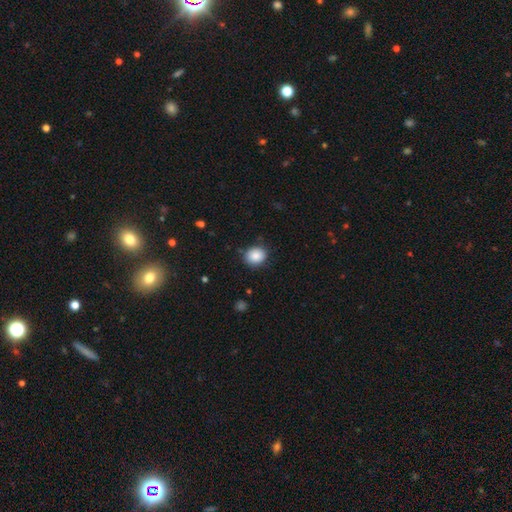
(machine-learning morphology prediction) A smooth galaxy with no disk features (88%) that is round (70%).

Vote fractions:
- Smooth or featured? smooth: 88% / star or artifact: 8% / featured or disk: 4%
- How rounded? round: 70% / in between: 29% / cigar-shaped: 1%
- Merging? none: 85% / minor disturbance: 11% / major disturbance: 3% / merger: 1%